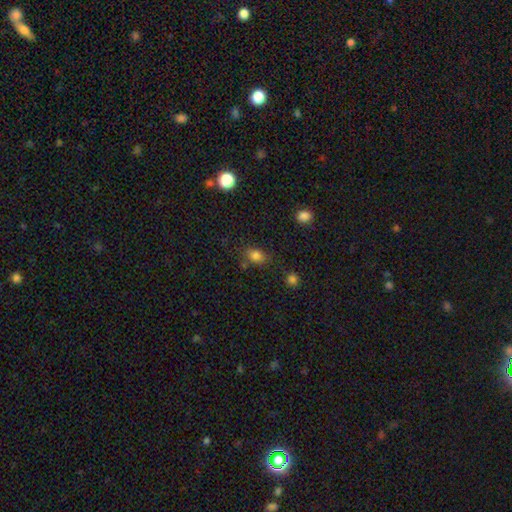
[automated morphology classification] This appears to be a smooth galaxy with no disk features (80%) that is in between round and cigar-shaped (55%). Merging: none (68%).